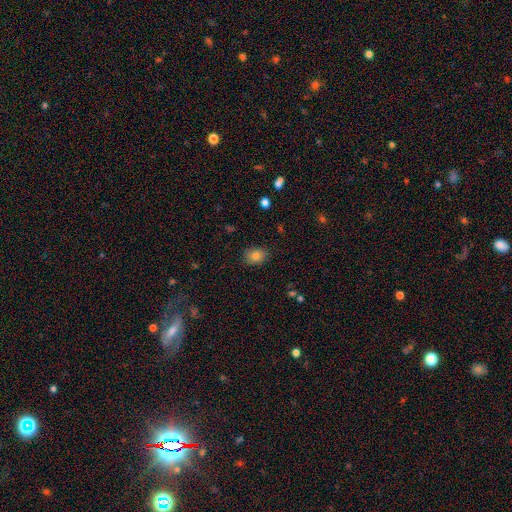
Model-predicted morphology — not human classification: The model was most divided on "how rounded": in between: 56%, round: 43%, cigar-shaped: 1%. More confident: merging — none (85%); smooth or featured — smooth (82%).